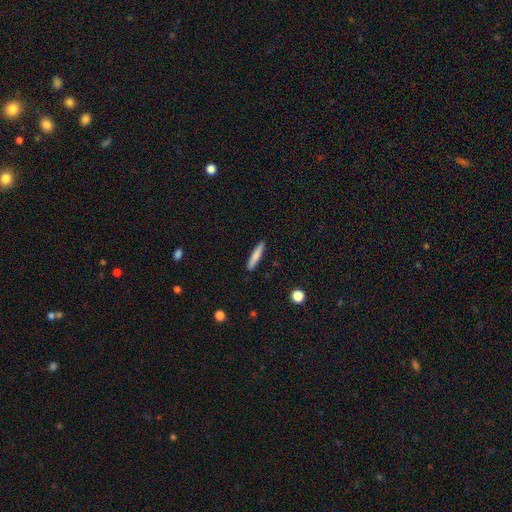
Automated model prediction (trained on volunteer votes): This is clearly a smooth galaxy (80%). How rounded: clearly cigar-shaped (90%). Merging: clearly none (90%).